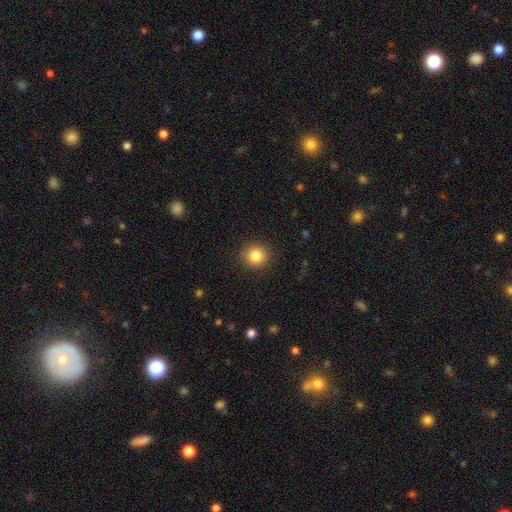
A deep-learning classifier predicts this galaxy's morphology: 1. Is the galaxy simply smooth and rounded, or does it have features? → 84% smooth, 10% star or artifact, 6% featured or disk.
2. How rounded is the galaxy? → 92% round, 8% in between, 1% cigar-shaped.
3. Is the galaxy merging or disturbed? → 91% none, 6% minor disturbance, 2% major disturbance, 1% merger.